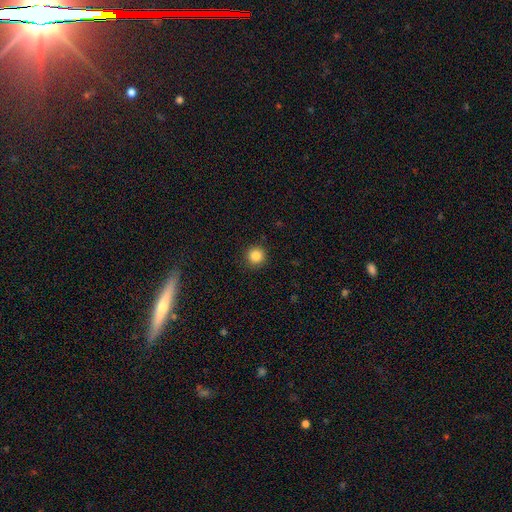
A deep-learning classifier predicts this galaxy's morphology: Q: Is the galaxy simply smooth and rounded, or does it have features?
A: smooth — 85%.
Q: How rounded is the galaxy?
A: round — 95%.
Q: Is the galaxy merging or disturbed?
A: none — 91%.